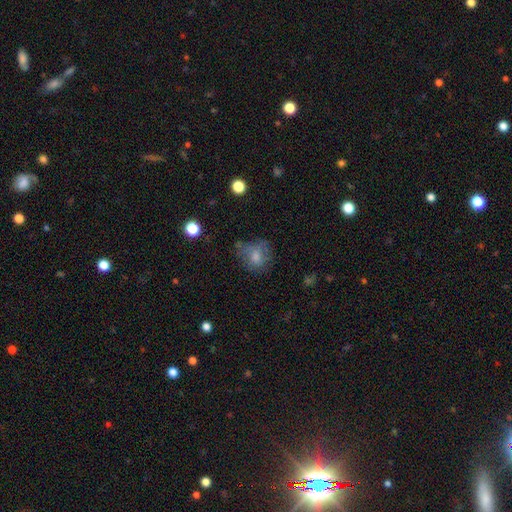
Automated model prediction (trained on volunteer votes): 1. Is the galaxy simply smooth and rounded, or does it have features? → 67% smooth, 20% featured or disk, 12% star or artifact.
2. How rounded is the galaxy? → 58% round, 41% in between, 1% cigar-shaped.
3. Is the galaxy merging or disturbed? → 43% none, 28% minor disturbance, 26% major disturbance, 4% merger.